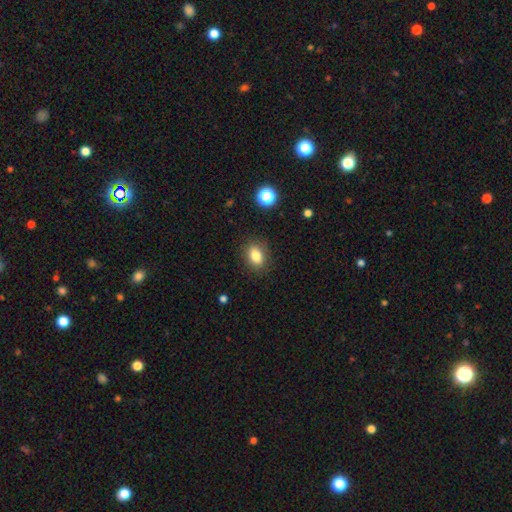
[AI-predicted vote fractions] A smooth galaxy with no disk features (82%) that is in between round and cigar-shaped (72%).

Vote fractions:
- Smooth or featured? smooth: 82% / star or artifact: 10% / featured or disk: 8%
- How rounded? in between: 72% / round: 27% / cigar-shaped: 2%
- Merging? none: 85% / minor disturbance: 10% / major disturbance: 3% / merger: 1%